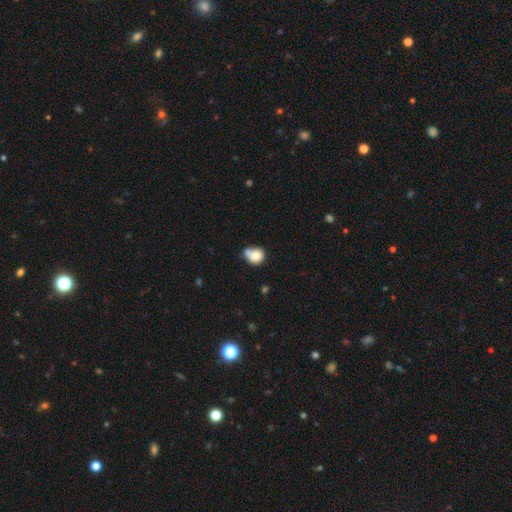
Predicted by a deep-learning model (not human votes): smooth 77%, featured or disk 14%, star or artifact 10%. Down the decision tree: how rounded — round (71%); merging — none (39%).